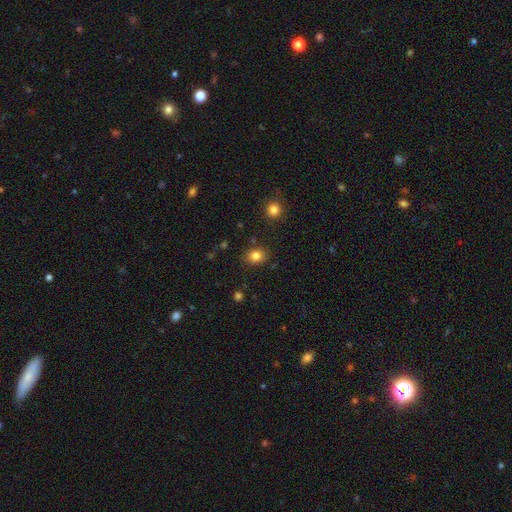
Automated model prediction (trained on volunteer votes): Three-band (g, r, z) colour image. It shows a smooth galaxy with no disk features (83%) that is round (54%). Merging: none (85%).